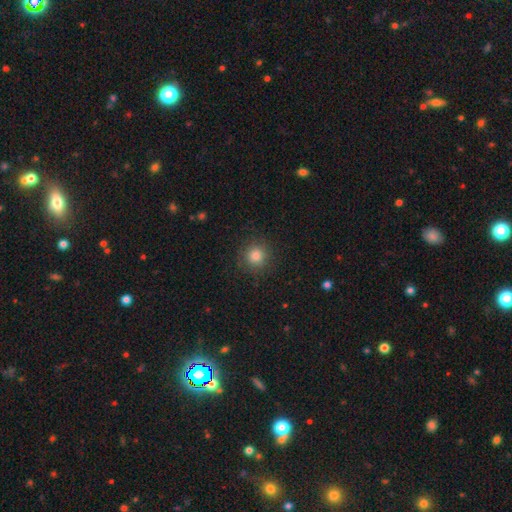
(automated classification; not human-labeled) The model was most divided on "smooth or featured": smooth: 83%, star or artifact: 12%, featured or disk: 5%. More confident: how rounded — round (93%); merging — none (89%).